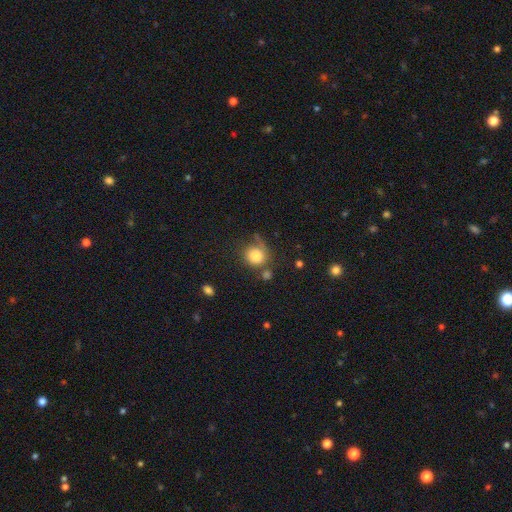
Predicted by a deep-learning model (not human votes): This is clearly a smooth galaxy (80%). How rounded: clearly round (88%). Merging: possibly none (54%).